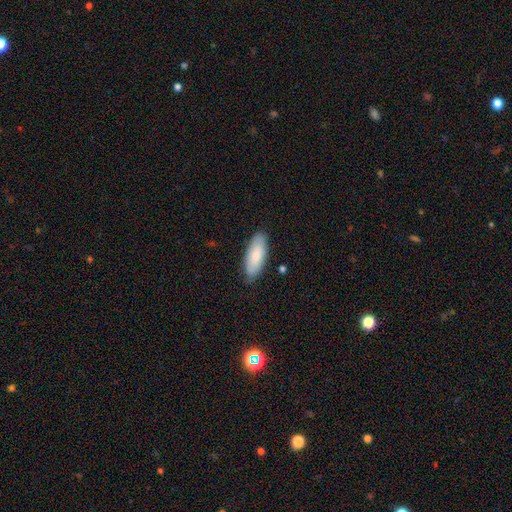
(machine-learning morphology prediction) Smooth or featured? smooth (80%)
How rounded? in between (78%)
Merging? none (82%)